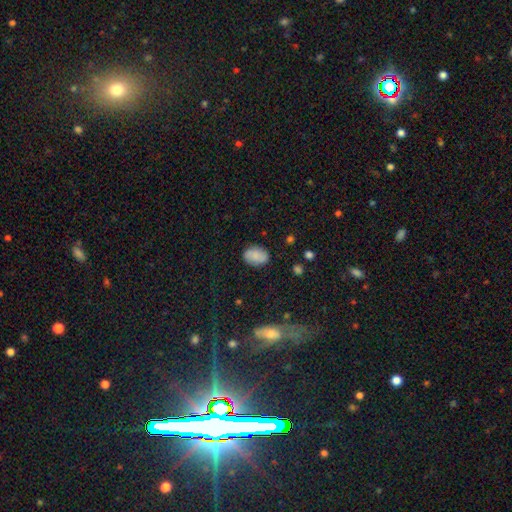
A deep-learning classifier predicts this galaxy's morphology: type=smooth (82%); roundness=in between (81%); merging=none (83%).